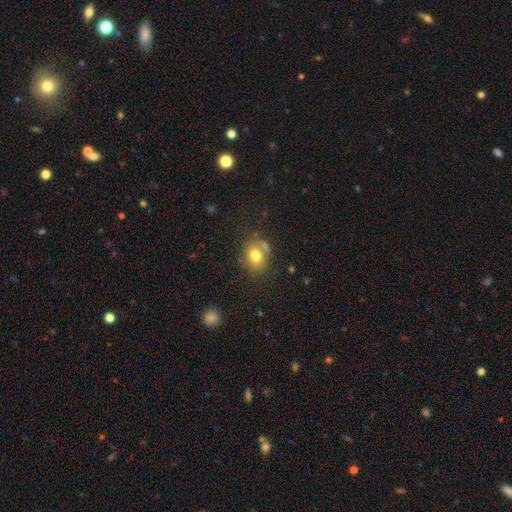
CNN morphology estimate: Smooth or featured? Predicted: smooth (p=0.76). How rounded? Predicted: round (p=0.60). Merging? Predicted: none (p=0.63).